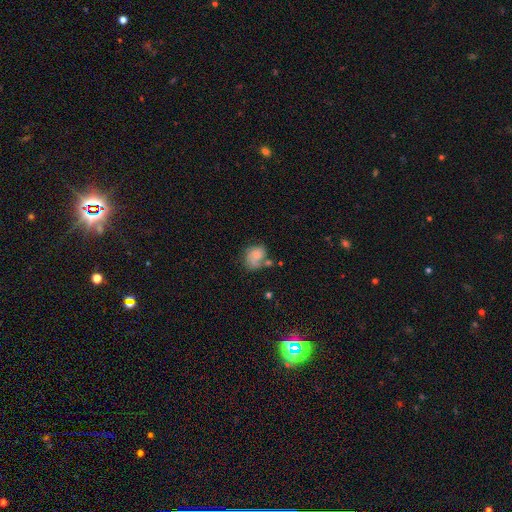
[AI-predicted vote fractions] Q: Smooth or featured?
A: smooth (57%); runner-up: featured or disk (34%)
Q: How rounded?
A: in between (56%); runner-up: round (43%)
Q: Merging?
A: none (41%); runner-up: minor disturbance (26%)